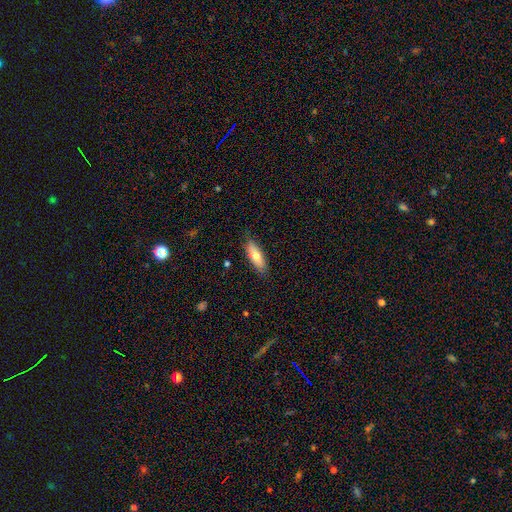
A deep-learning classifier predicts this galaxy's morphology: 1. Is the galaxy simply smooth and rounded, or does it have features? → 73% smooth, 21% featured or disk, 6% star or artifact.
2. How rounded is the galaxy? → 62% in between, 36% cigar-shaped, 2% round.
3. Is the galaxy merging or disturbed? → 84% none, 12% minor disturbance, 2% major disturbance, 1% merger.